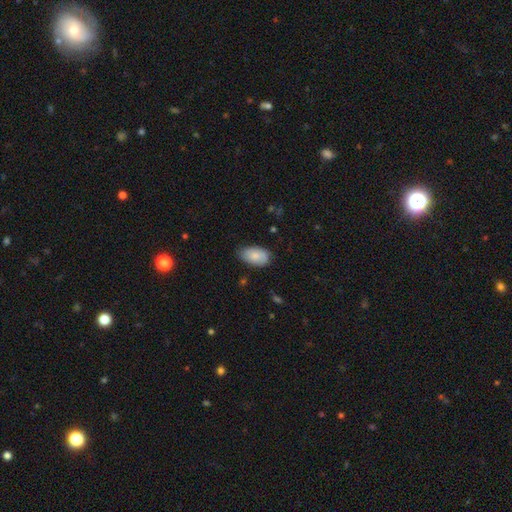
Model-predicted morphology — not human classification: smooth-or-featured: smooth: 82% | featured or disk: 12% | star or artifact: 6%
  how-rounded: in between: 94% | round: 5% | cigar-shaped: 1%
  merging: none: 69% | minor disturbance: 26% | major disturbance: 4% | merger: 1%